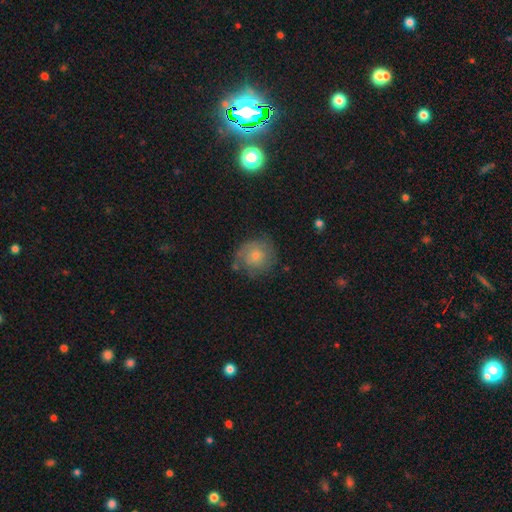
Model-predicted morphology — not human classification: A featured or disk galaxy (53%) with no bar (82%), spiral arms (84%) and a small central bulge (52%).

Vote fractions:
- Smooth or featured? featured or disk: 53% / smooth: 34% / star or artifact: 13%
- Edge-on disk? no: 97% / yes: 3%
- Bar? no: 82% / weak: 16% / strong: 2%
- Spiral arms? yes: 84% / no: 16%
- Bulge size? small: 52% / moderate: 40% / none: 3% / large: 3% / dominant: 1%
- Merging? none: 73% / minor disturbance: 18% / major disturbance: 7% / merger: 2%